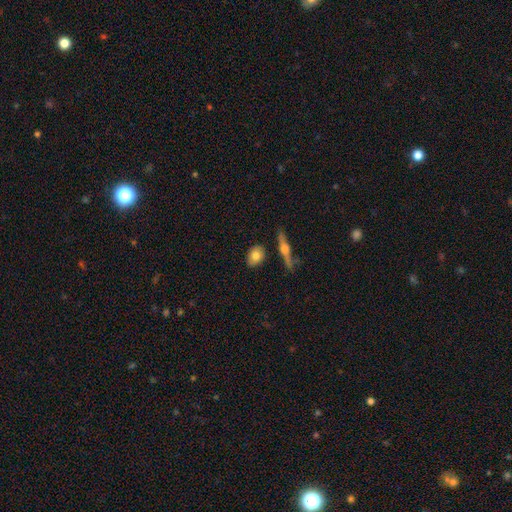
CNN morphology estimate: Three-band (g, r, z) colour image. It shows a smooth galaxy with no disk features (74%) that is in between round and cigar-shaped (69%). Merging: none (82%).